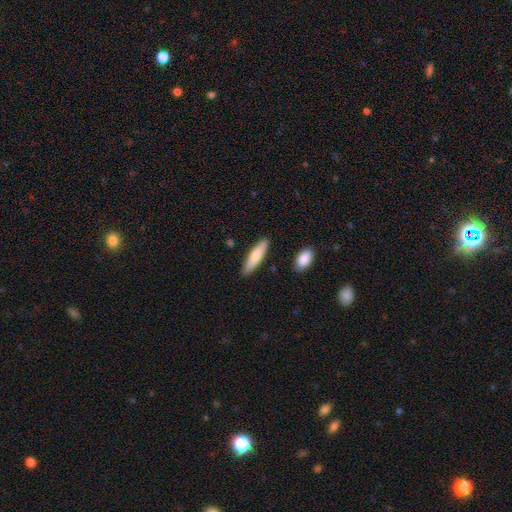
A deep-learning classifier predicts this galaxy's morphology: type=smooth (74%); roundness=cigar-shaped (75%); merging=none (86%).